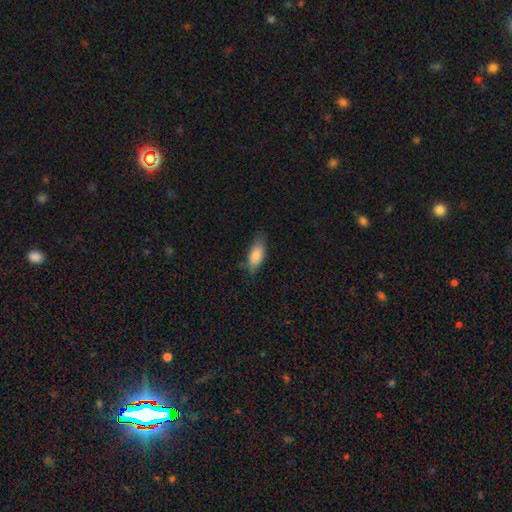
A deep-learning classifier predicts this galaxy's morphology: This is clearly a smooth galaxy (84%). How rounded: clearly in between (81%). Merging: likely none (70%).